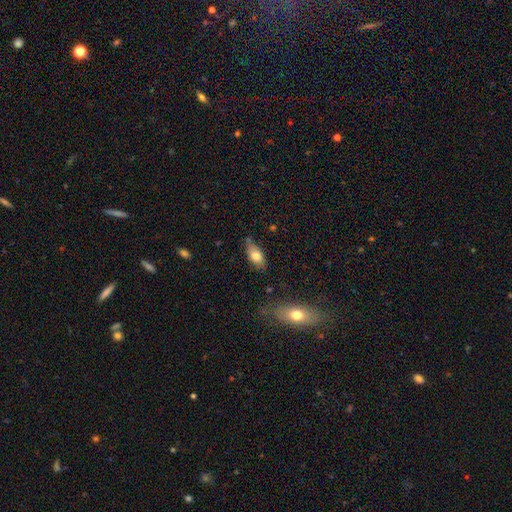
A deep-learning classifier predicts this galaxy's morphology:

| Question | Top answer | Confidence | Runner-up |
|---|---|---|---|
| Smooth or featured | smooth | 76% | featured or disk (17%) |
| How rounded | in between | 87% | cigar-shaped (9%) |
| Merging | none | 68% | minor disturbance (23%) |